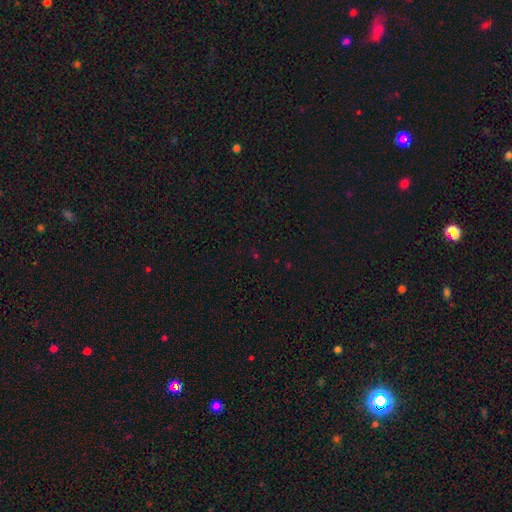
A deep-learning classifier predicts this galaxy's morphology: A star or artifact, not a galaxy (65%).

Vote fractions:
- Smooth or featured? star or artifact: 65% / smooth: 28% / featured or disk: 7%